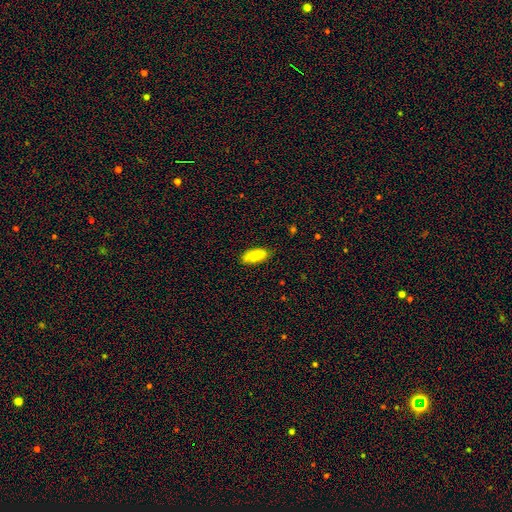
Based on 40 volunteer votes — This is likely a smooth galaxy (72%). How rounded: clearly in between (97%). Merging: possibly none (49%).